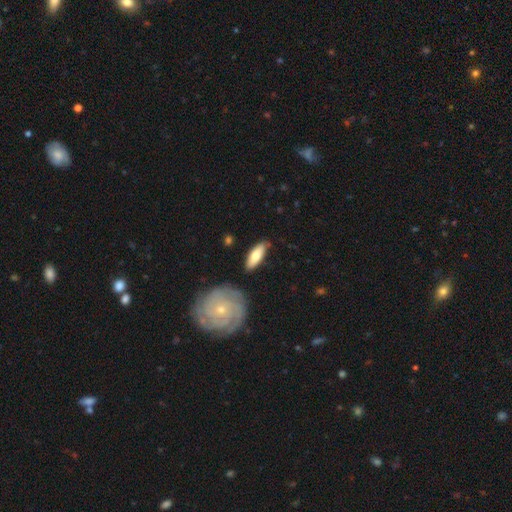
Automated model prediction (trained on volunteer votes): smooth-or-featured: smooth: 71% | featured or disk: 23% | star or artifact: 5%
  how-rounded: in between: 66% | cigar-shaped: 32% | round: 2%
  merging: none: 82% | minor disturbance: 13% | merger: 3% | major disturbance: 3%